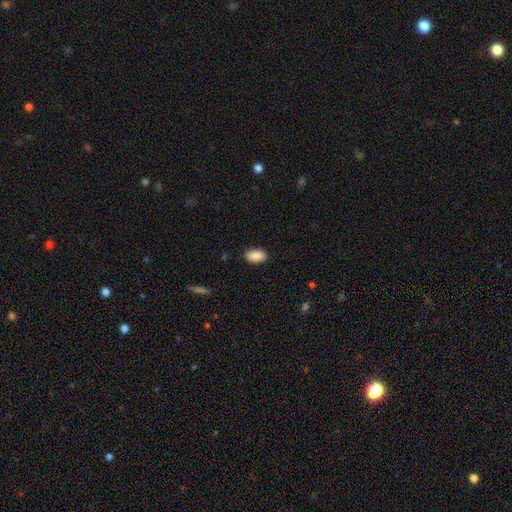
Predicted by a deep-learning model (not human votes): Smooth or featured? Predicted: smooth (p=0.90). How rounded? Predicted: in between (p=0.94). Merging? Predicted: none (p=0.88).